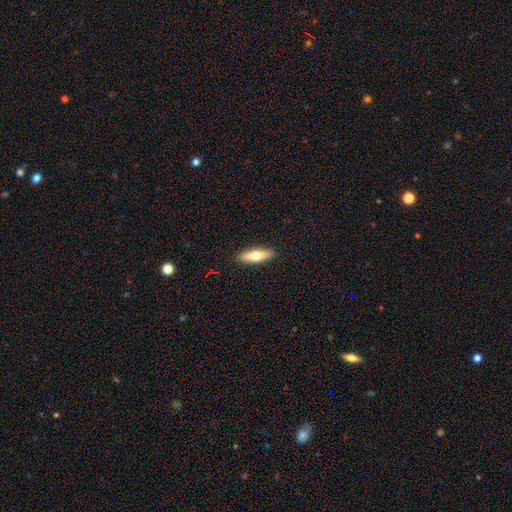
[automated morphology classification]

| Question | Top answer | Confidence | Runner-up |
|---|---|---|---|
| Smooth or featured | smooth | 67% | featured or disk (27%) |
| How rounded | cigar-shaped | 55% | in between (42%) |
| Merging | none | 90% | minor disturbance (7%) |